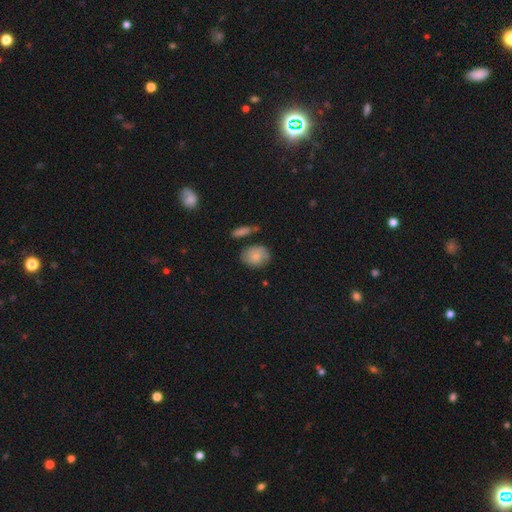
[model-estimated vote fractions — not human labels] This is likely a smooth galaxy (76%). How rounded: possibly round (53%). Merging: likely none (66%).